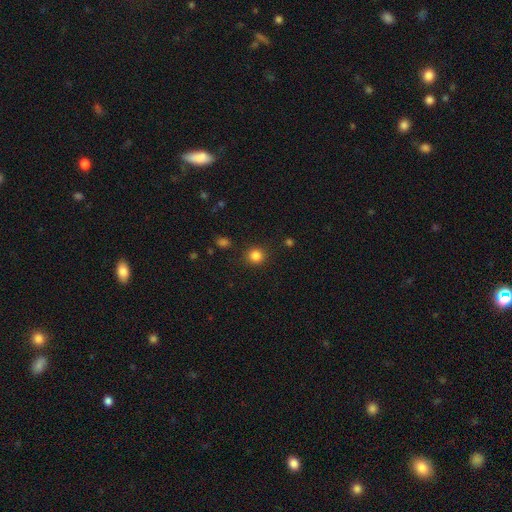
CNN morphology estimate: The model was most divided on "smooth or featured": smooth: 84%, star or artifact: 12%, featured or disk: 4%. More confident: how rounded — round (92%); merging — none (89%).